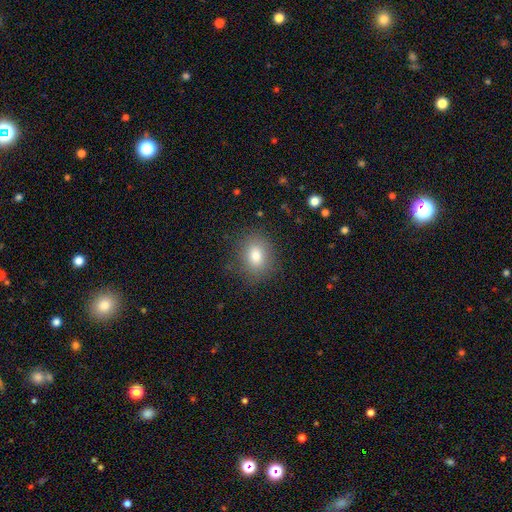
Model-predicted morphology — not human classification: Smooth or featured? smooth (80%)
How rounded? round (51%)
Merging? none (83%)